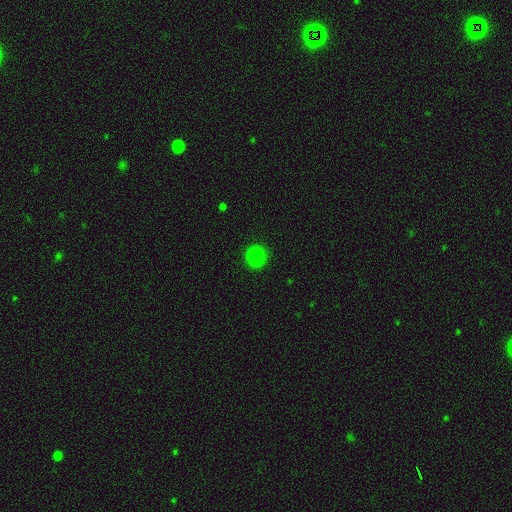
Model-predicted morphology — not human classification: Smooth or featured?
  - smooth: 84% *
  - star or artifact: 13%
  - featured or disk: 3%
How rounded?
  - round: 91% *
  - in between: 8%
  - cigar-shaped: 1%
Merging?
  - none: 90% *
  - minor disturbance: 7%
  - major disturbance: 2%
  - merger: 1%